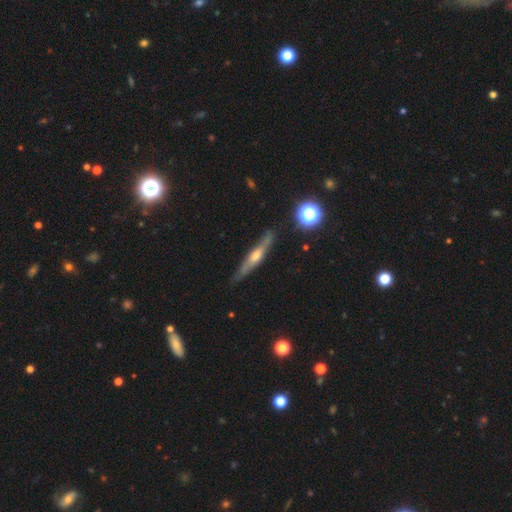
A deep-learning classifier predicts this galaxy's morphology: Smooth or featured? Predicted: featured or disk (p=0.68). Edge-on disk? Predicted: yes (p=0.94). Edge-on bulge? Predicted: rounded (p=0.83). Merging? Predicted: none (p=0.82).